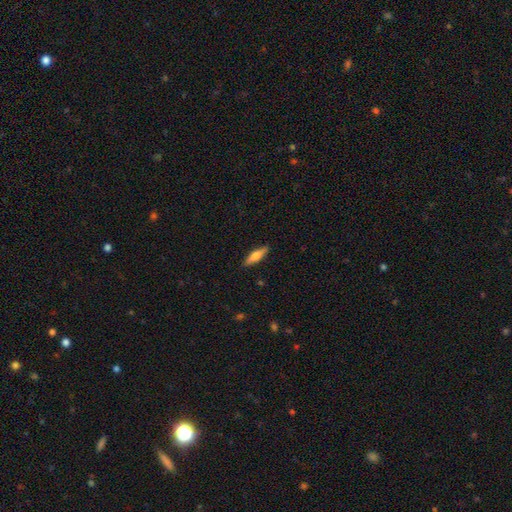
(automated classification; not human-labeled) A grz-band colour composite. It shows a smooth galaxy with no disk features (55%) that is cigar-shaped (67%). Merging: none (89%).